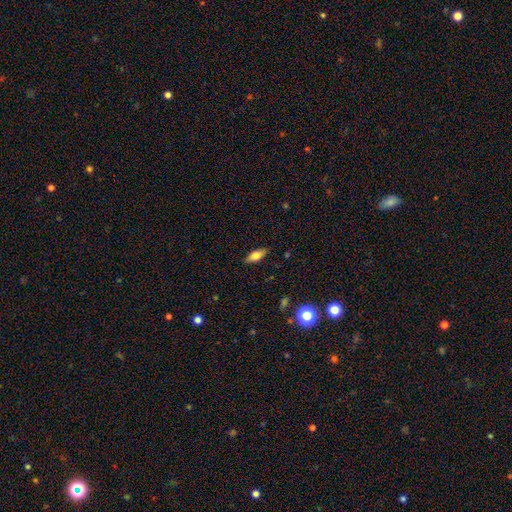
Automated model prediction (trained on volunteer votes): Q: Smooth or featured?
A: smooth (69%); runner-up: featured or disk (24%)
Q: How rounded?
A: in between (78%); runner-up: cigar-shaped (19%)
Q: Merging?
A: none (86%); runner-up: minor disturbance (11%)